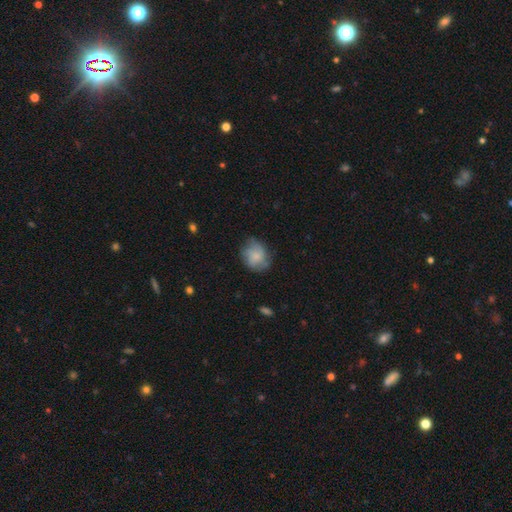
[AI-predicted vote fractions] Smooth or featured? Predicted: smooth (p=0.61). How rounded? Predicted: round (p=0.69). Merging? Predicted: none (p=0.67).